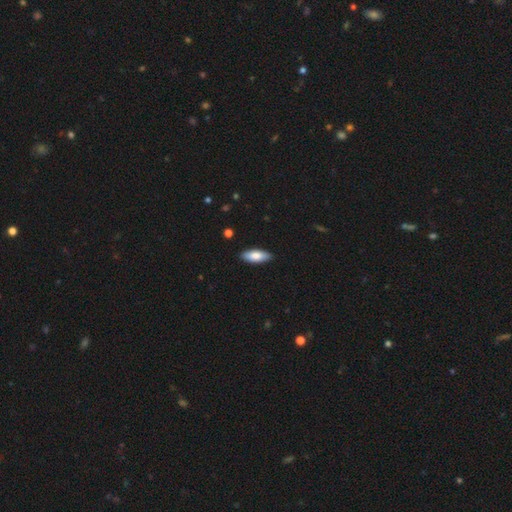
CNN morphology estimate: A smooth galaxy with no disk features (81%) that is in between round and cigar-shaped (74%).

Vote fractions:
- Smooth or featured? smooth: 81% / featured or disk: 14% / star or artifact: 5%
- How rounded? in between: 74% / cigar-shaped: 24% / round: 2%
- Merging? none: 89% / minor disturbance: 9% / major disturbance: 2% / merger: 1%